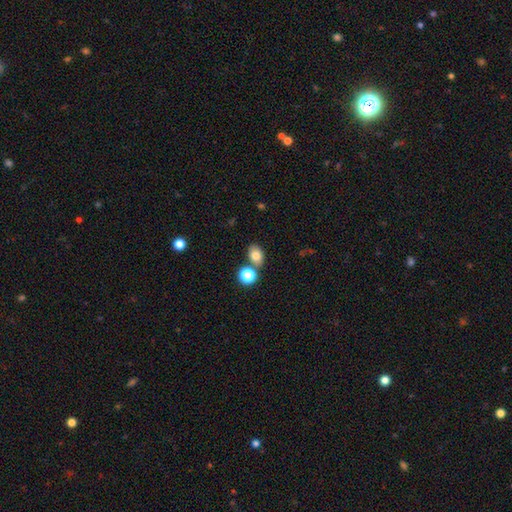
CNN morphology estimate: Overall: smooth (80%). How rounded: in between (71%). Merging: none (67%).